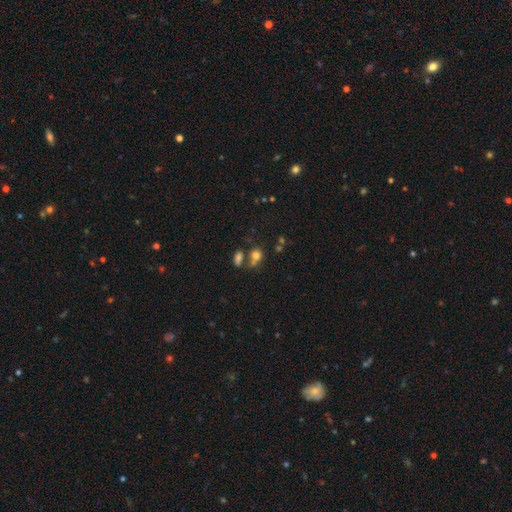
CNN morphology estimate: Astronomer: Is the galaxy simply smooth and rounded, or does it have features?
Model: smooth — 73%.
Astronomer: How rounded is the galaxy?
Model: round — 59% (runner-up: in between, 39%).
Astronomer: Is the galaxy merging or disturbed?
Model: none — 43% (runner-up: merger, 37%).